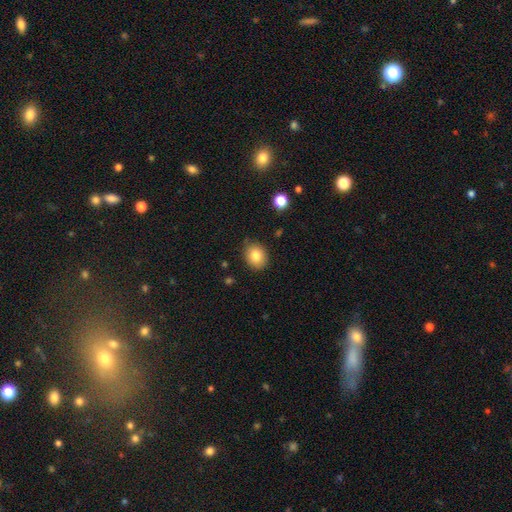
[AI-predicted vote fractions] Smooth or featured?
  - smooth: 81% *
  - star or artifact: 10%
  - featured or disk: 9%
How rounded?
  - round: 61% *
  - in between: 38%
  - cigar-shaped: 1%
Merging?
  - none: 81% *
  - minor disturbance: 15%
  - major disturbance: 3%
  - merger: 2%